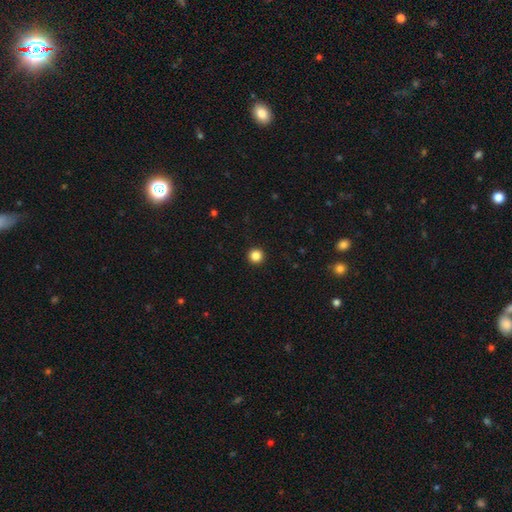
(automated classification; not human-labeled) Q: Smooth or featured?
A: smooth (85%); runner-up: star or artifact (11%)
Q: How rounded?
A: round (96%); runner-up: in between (3%)
Q: Merging?
A: none (94%); runner-up: minor disturbance (4%)